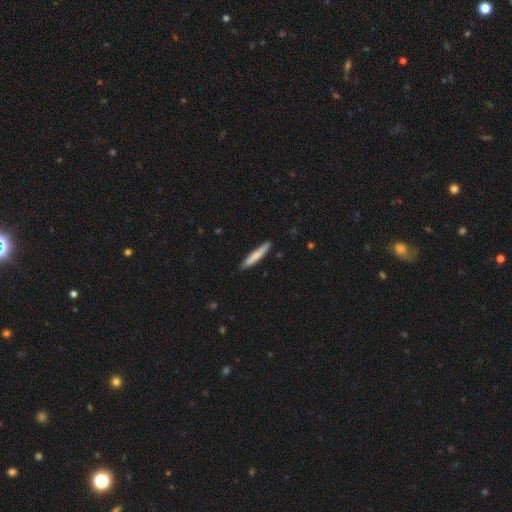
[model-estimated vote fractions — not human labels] smooth-or-featured: smooth: 73% | featured or disk: 21% | star or artifact: 5%
  how-rounded: cigar-shaped: 93% | in between: 6% | round: 1%
  merging: none: 87% | minor disturbance: 10% | major disturbance: 2% | merger: 1%